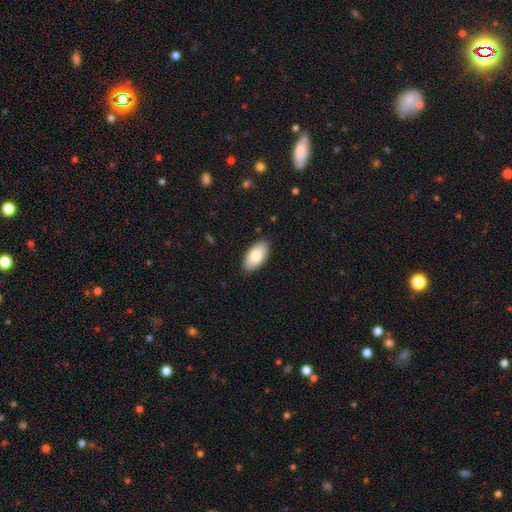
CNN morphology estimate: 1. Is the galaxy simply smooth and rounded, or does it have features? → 80% smooth, 14% featured or disk, 6% star or artifact.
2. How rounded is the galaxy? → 95% in between, 3% cigar-shaped, 2% round.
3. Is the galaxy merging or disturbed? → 88% none, 9% minor disturbance, 2% major disturbance, 1% merger.